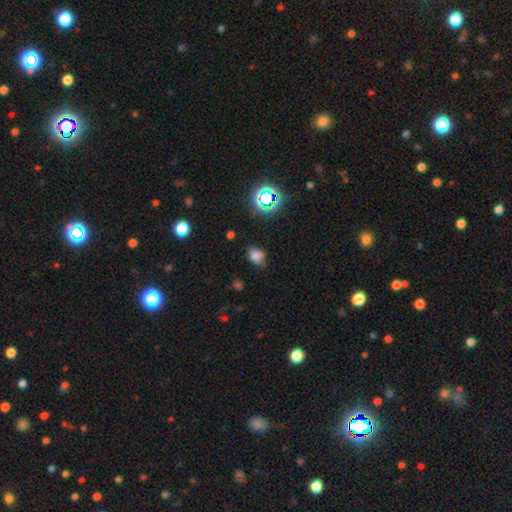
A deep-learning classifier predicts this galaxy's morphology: Q: Smooth or featured?
A: smooth (73%); runner-up: star or artifact (18%)
Q: How rounded?
A: in between (68%); runner-up: round (30%)
Q: Merging?
A: none (67%); runner-up: minor disturbance (25%)